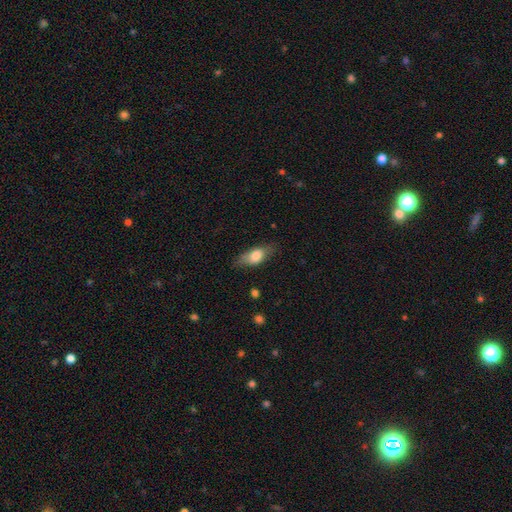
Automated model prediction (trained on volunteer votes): Morphology: type=smooth (73%); roundness=in between (76%); merging=none (74%).